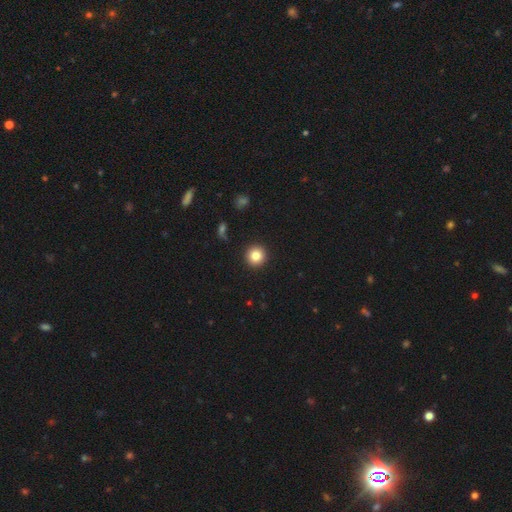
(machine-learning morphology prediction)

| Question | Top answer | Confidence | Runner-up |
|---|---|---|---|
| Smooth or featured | smooth | 84% | star or artifact (10%) |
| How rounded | round | 94% | in between (5%) |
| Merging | none | 92% | minor disturbance (5%) |